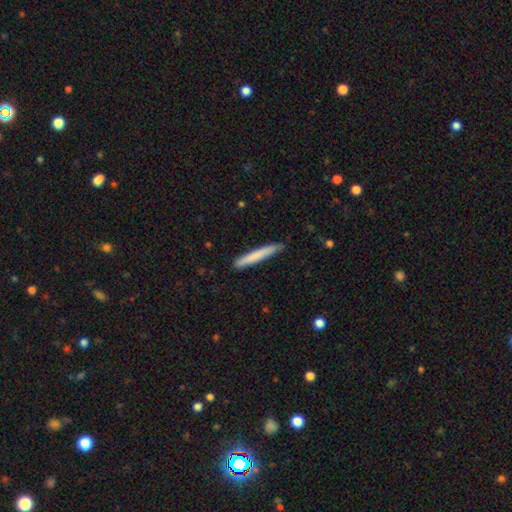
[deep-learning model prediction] This is likely a smooth galaxy (76%). How rounded: clearly cigar-shaped (96%). Merging: clearly none (87%).